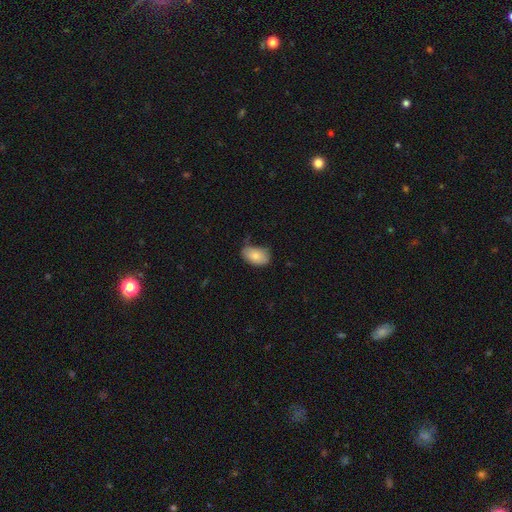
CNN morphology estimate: A smooth galaxy with no disk features (83%) that is in between round and cigar-shaped (92%). Merging: none (60%).